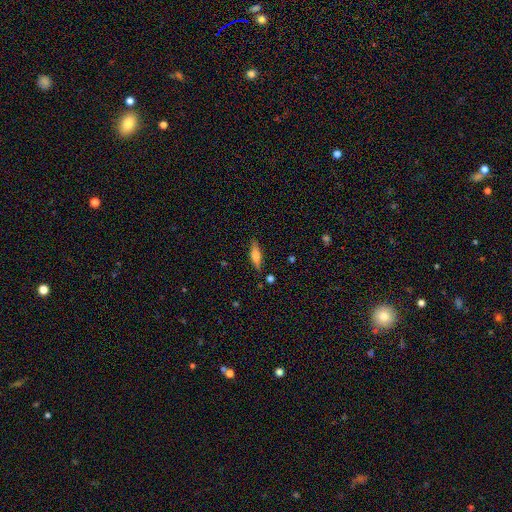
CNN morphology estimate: This is possibly a smooth galaxy (55%). How rounded: possibly cigar-shaped (58%). Merging: clearly none (82%).